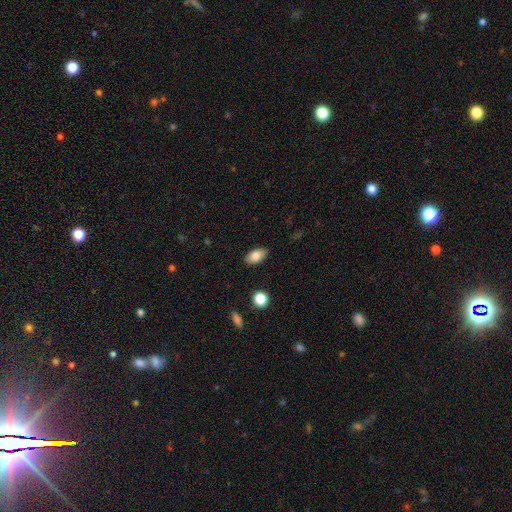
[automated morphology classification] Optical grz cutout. It shows a smooth galaxy with no disk features (84%) that is in between round and cigar-shaped (92%). Merging: none (86%).